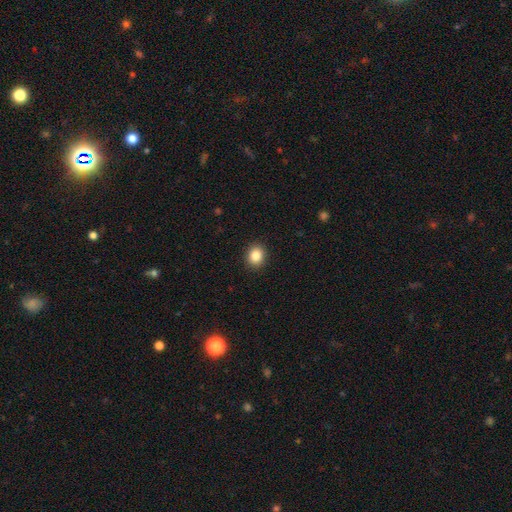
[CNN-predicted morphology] Smooth or featured? Predicted: smooth (p=0.85). How rounded? Predicted: round (p=0.66). Merging? Predicted: none (p=0.91).